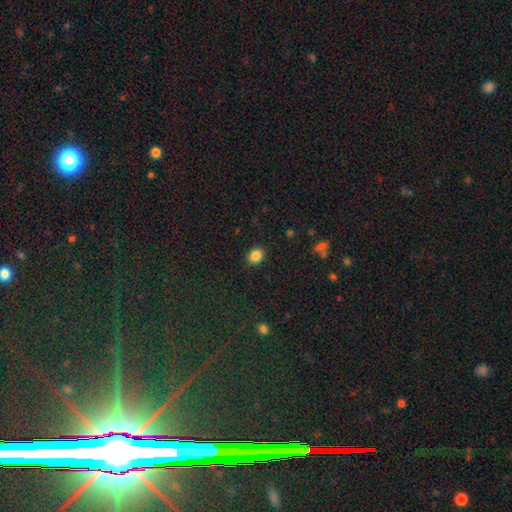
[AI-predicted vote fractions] This is clearly a smooth galaxy (85%). How rounded: likely round (62%). Merging: clearly none (89%).